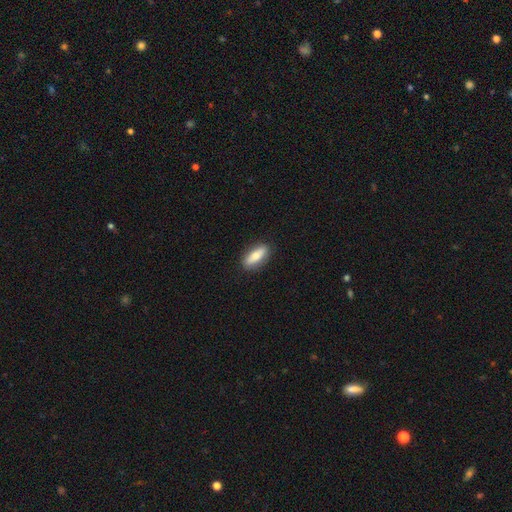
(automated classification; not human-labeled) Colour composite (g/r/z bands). It shows a smooth galaxy with no disk features (67%) that is in between round and cigar-shaped (68%). Merging: none (88%).